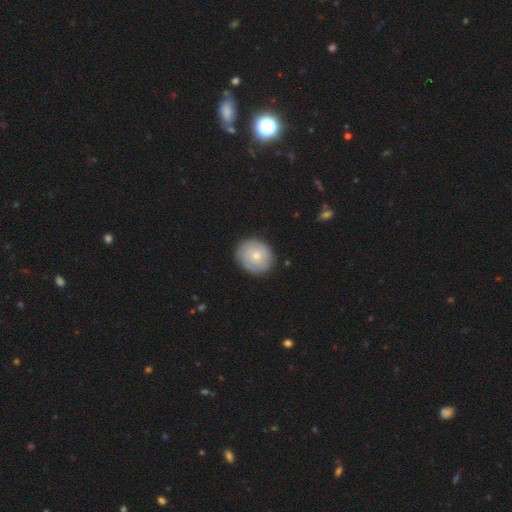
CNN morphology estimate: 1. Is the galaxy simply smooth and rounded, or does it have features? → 54% smooth, 40% featured or disk, 6% star or artifact.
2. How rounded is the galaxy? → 74% round, 25% in between, 1% cigar-shaped.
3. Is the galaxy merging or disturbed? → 84% none, 12% minor disturbance, 3% major disturbance, 1% merger.